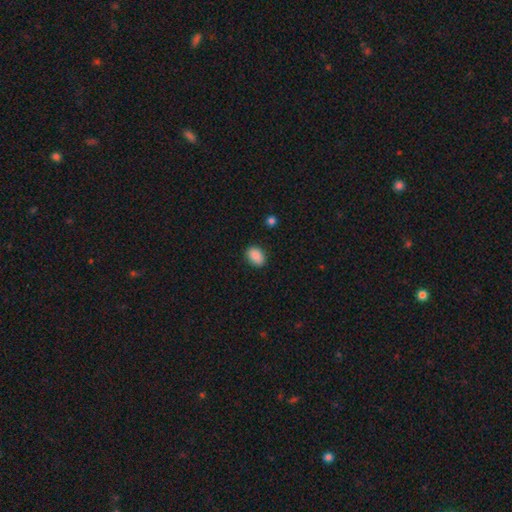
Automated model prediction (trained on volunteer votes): A smooth galaxy with no disk features (88%) that is in between round and cigar-shaped (79%). Merging: none (88%).